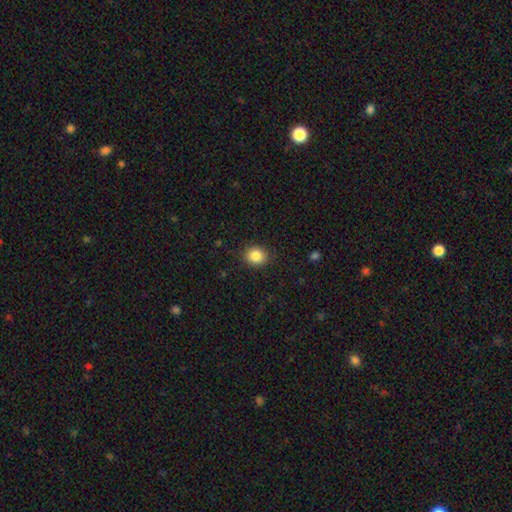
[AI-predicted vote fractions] A smooth galaxy with no disk features (85%) that is round (77%).

Vote fractions:
- Smooth or featured? smooth: 85% / star or artifact: 10% / featured or disk: 5%
- How rounded? round: 77% / in between: 22% / cigar-shaped: 1%
- Merging? none: 89% / minor disturbance: 8% / major disturbance: 2% / merger: 1%